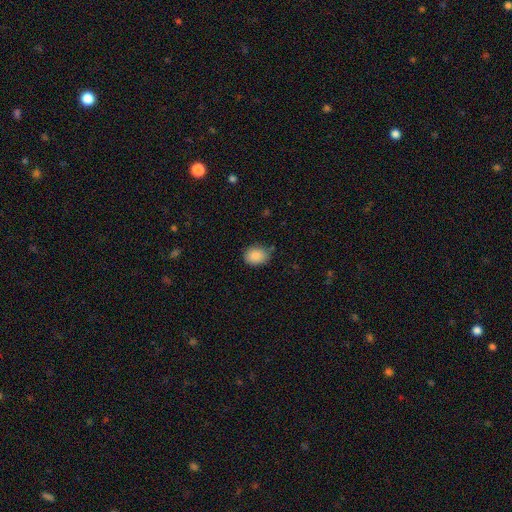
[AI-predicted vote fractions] The model was most divided on "how rounded": in between: 56%, round: 43%, cigar-shaped: 1%. More confident: smooth or featured — smooth (88%); merging — none (71%).